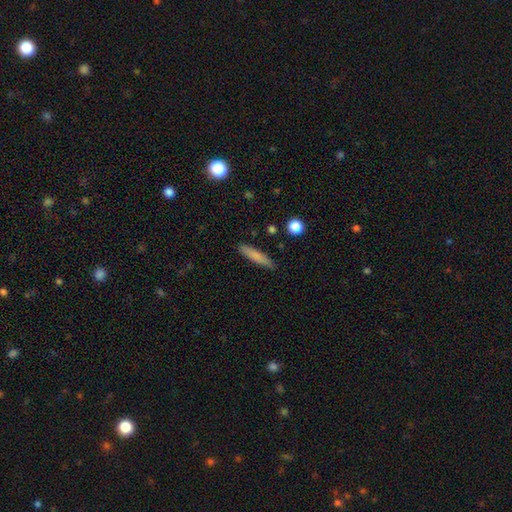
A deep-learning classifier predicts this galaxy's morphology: Smooth or featured: smooth — 78% (featured or disk — 15%)
How rounded: cigar-shaped — 88% (in between — 10%)
Merging: none — 86% (minor disturbance — 10%)